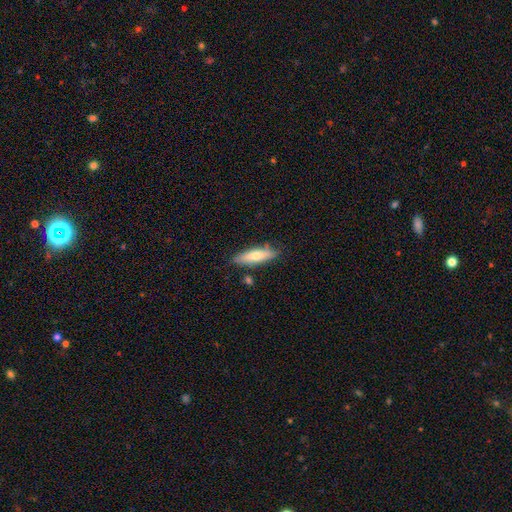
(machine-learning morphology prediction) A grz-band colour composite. It shows a smooth galaxy with no disk features (66%) that is cigar-shaped (69%). Merging: none (81%).